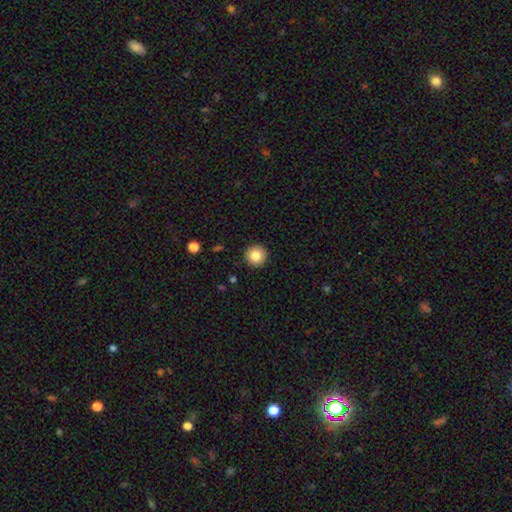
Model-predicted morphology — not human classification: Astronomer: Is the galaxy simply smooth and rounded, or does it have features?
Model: smooth — 84%.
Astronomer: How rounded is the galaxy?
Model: round — 96%.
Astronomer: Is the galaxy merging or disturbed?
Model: none — 93%.